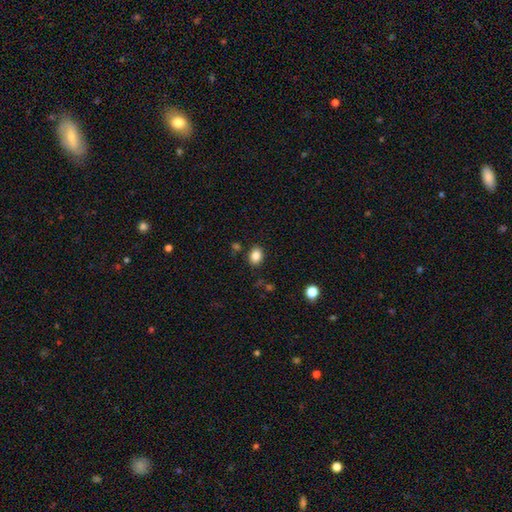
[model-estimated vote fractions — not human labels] This is clearly a smooth galaxy (85%). How rounded: possibly in between (59%). Merging: clearly none (85%).